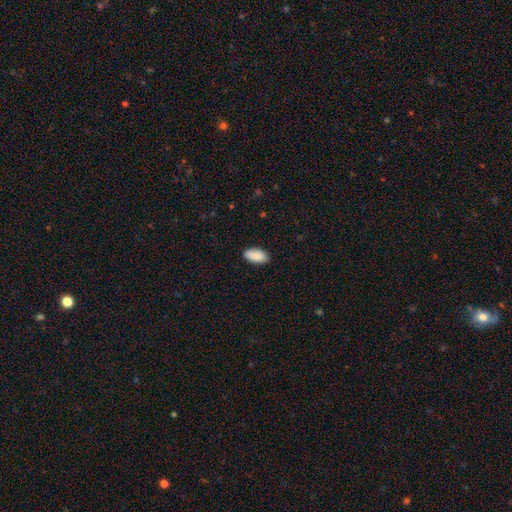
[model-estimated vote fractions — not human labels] smooth_or_featured: smooth (p=0.89) [alt: star or artifact p=0.06]
how_rounded: in between (p=0.94) [alt: cigar-shaped p=0.04]
merging: none (p=0.86) [alt: minor disturbance p=0.11]